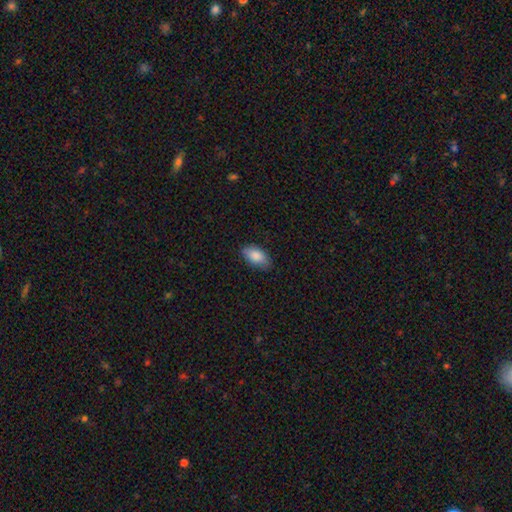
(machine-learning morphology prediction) smooth-or-featured: smooth: 87% | star or artifact: 6% | featured or disk: 6%
  how-rounded: in between: 93% | cigar-shaped: 3% | round: 3%
  merging: none: 83% | minor disturbance: 13% | major disturbance: 3% | merger: 1%